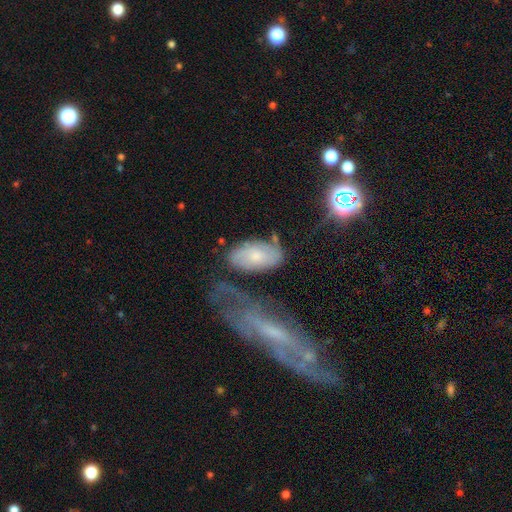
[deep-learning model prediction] Smooth or featured?
  - featured or disk: 47% *
  - smooth: 43%
  - star or artifact: 10%
Merging?
  - none: 55% *
  - minor disturbance: 21%
  - merger: 13%
  - major disturbance: 11%